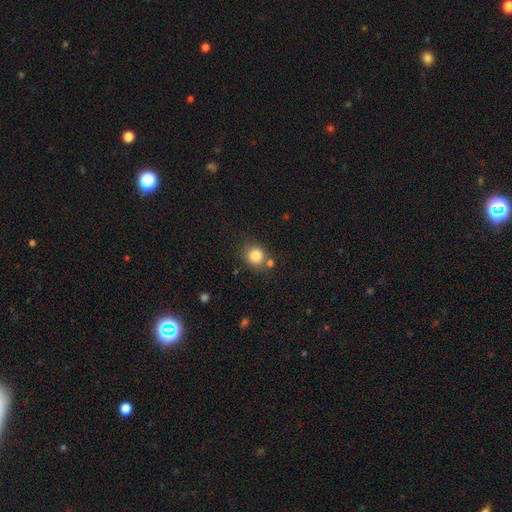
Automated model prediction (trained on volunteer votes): The model was most divided on "merging": none: 71%, merger: 13%, minor disturbance: 12%, major disturbance: 4%. More confident: smooth or featured — smooth (83%); how rounded — round (83%).